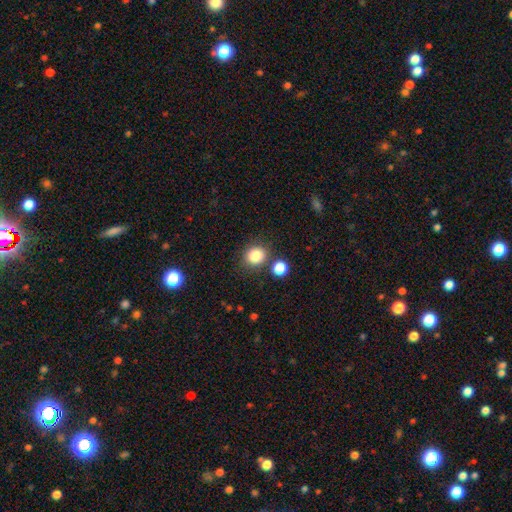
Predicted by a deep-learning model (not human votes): Smooth or featured?
  - smooth: 84% *
  - star or artifact: 11%
  - featured or disk: 5%
How rounded?
  - round: 79% *
  - in between: 20%
  - cigar-shaped: 1%
Merging?
  - none: 79% *
  - minor disturbance: 9%
  - merger: 9%
  - major disturbance: 3%